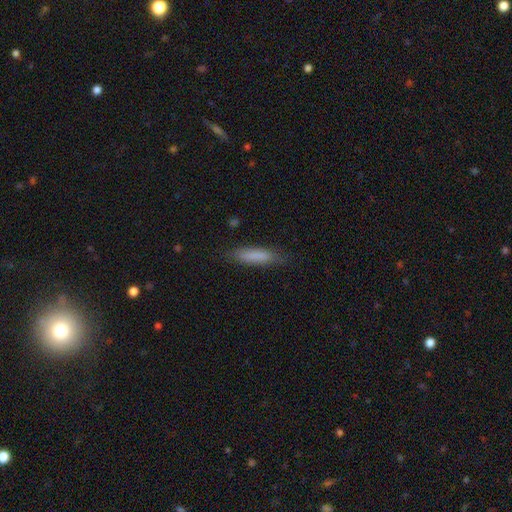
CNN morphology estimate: smooth-or-featured: smooth: 81% | featured or disk: 12% | star or artifact: 7%
  how-rounded: cigar-shaped: 75% | in between: 24% | round: 1%
  merging: none: 81% | minor disturbance: 14% | major disturbance: 3% | merger: 1%